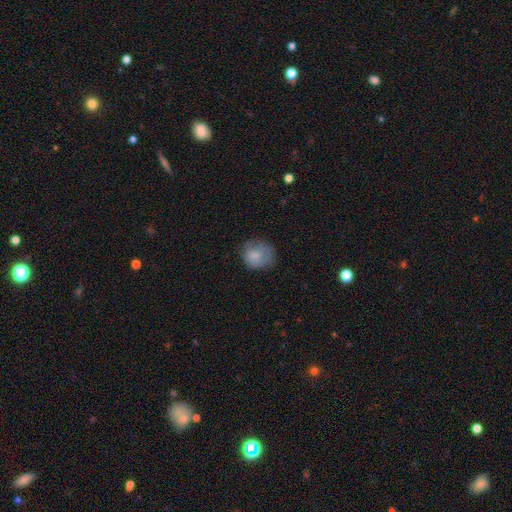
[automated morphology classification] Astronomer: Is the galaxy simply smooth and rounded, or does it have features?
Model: smooth — 78%.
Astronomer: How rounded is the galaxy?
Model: round — 79%.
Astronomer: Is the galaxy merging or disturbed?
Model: none — 65%.